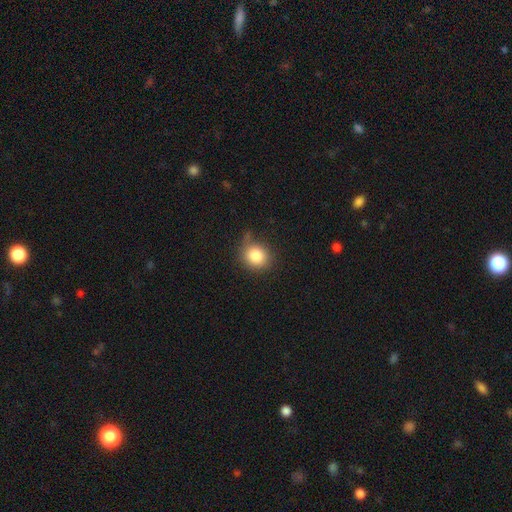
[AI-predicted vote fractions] This is clearly a smooth galaxy (84%). How rounded: likely round (77%). Merging: likely none (66%).